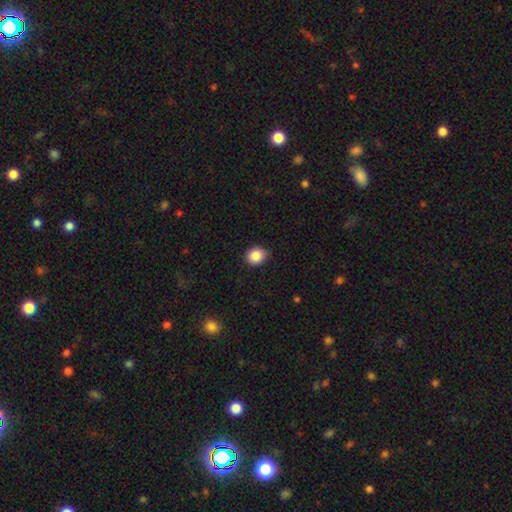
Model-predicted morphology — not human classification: A smooth galaxy with no disk features (87%) that is round (74%).

Vote fractions:
- Smooth or featured? smooth: 87% / star or artifact: 9% / featured or disk: 5%
- How rounded? round: 74% / in between: 25% / cigar-shaped: 1%
- Merging? none: 79% / minor disturbance: 17% / major disturbance: 3% / merger: 1%